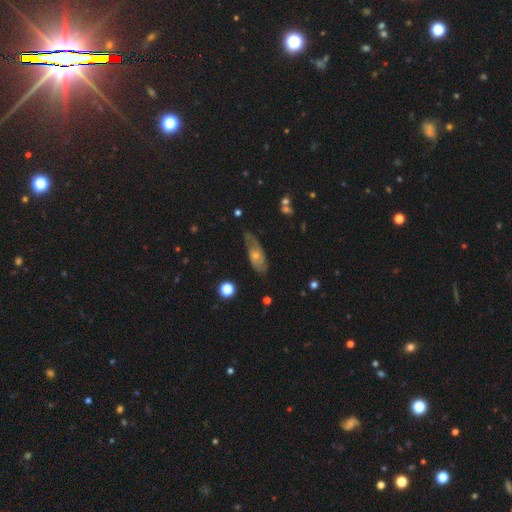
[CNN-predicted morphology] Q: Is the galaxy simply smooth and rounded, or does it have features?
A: featured or disk — 64%.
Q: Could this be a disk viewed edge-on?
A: no — 81%.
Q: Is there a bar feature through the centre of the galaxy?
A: no — 75%.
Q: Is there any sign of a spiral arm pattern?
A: yes — 80%.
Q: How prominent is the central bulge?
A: small — 51%.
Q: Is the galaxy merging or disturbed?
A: none — 66%.